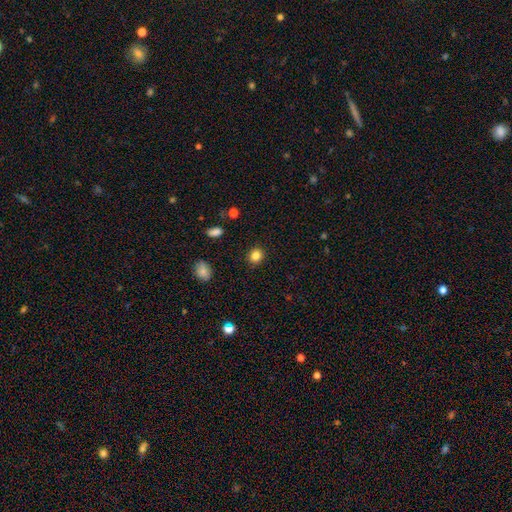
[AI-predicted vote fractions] smooth-or-featured: smooth: 84% | star or artifact: 11% | featured or disk: 5%
  how-rounded: round: 82% | in between: 17% | cigar-shaped: 1%
  merging: none: 90% | minor disturbance: 7% | major disturbance: 2% | merger: 1%